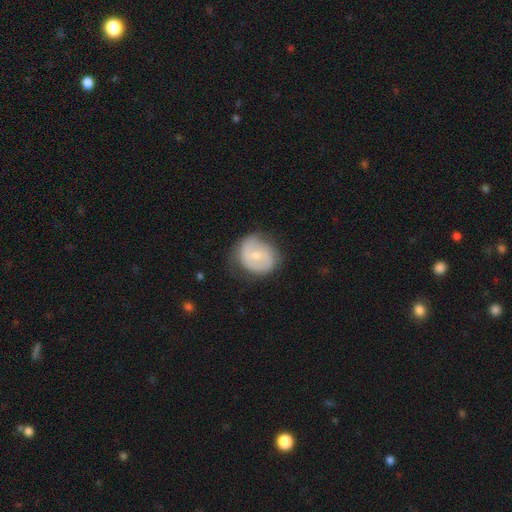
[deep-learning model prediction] Smooth or featured: featured or disk — 55% (smooth — 39%)
Edge-on disk: no — 97% (yes — 3%)
Bar: no — 60% (weak — 34%)
Spiral arms: yes — 74% (no — 26%)
Bulge size: small — 52% (moderate — 43%)
Merging: none — 65% (minor disturbance — 25%)